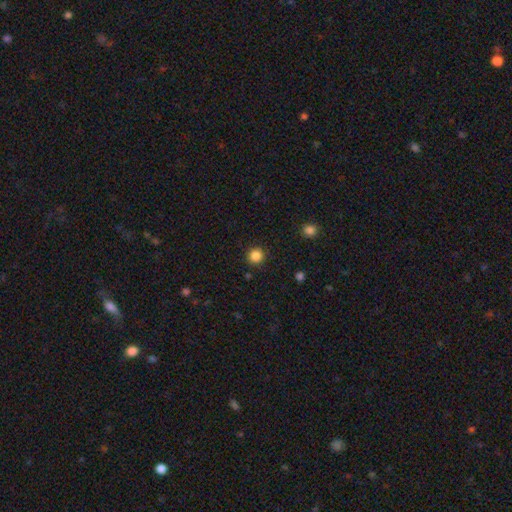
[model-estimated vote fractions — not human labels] smooth_or_featured: smooth (p=0.85) [alt: star or artifact p=0.11]
how_rounded: round (p=0.94) [alt: in between p=0.05]
merging: none (p=0.92) [alt: minor disturbance p=0.05]